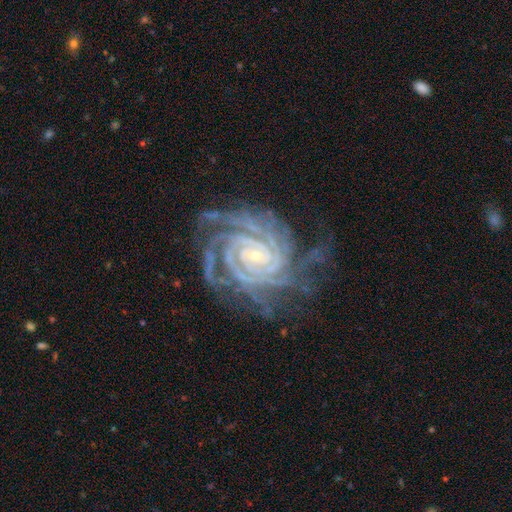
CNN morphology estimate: smooth_or_featured: featured or disk (p=0.92) [alt: star or artifact p=0.06]
disk_edge_on: no (p=0.98) [alt: yes p=0.02]
bar: no (p=0.53) [alt: weak p=0.28]
has_spiral_arms: yes (p=0.99) [alt: no p=0.01]
spiral_winding: tight (p=0.83) [alt: medium p=0.15]
spiral_arm_count: 4 (p=0.32) [alt: more than 4 p=0.20]
bulge_size: small (p=0.83) [alt: moderate p=0.13]
merging: none (p=0.68) [alt: minor disturbance p=0.20]